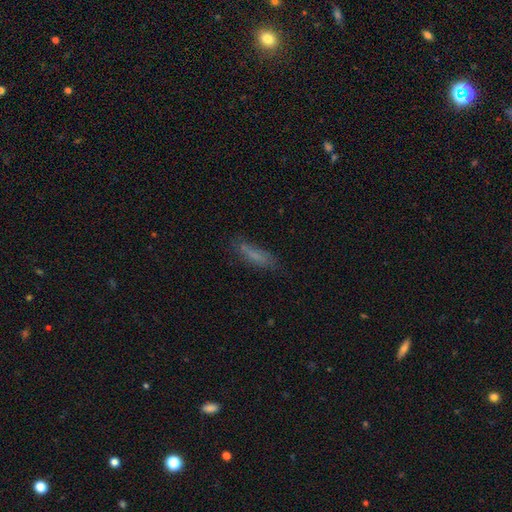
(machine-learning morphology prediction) A smooth galaxy with no disk features (71%) that is cigar-shaped (61%). Merging: none (66%).